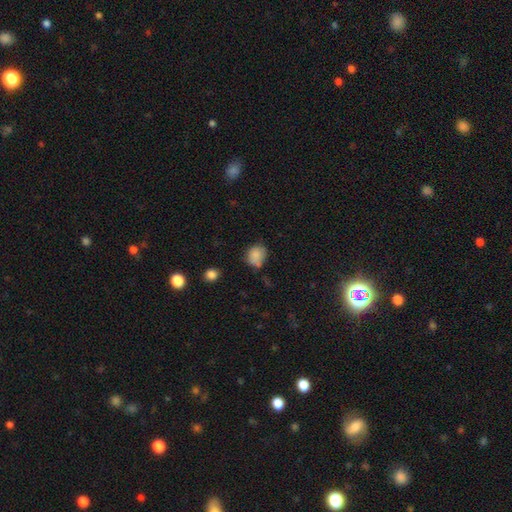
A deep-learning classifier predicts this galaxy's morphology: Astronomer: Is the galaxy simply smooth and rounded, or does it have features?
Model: smooth — 81%.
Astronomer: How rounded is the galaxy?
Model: round — 66%.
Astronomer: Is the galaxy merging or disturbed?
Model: none — 53%.